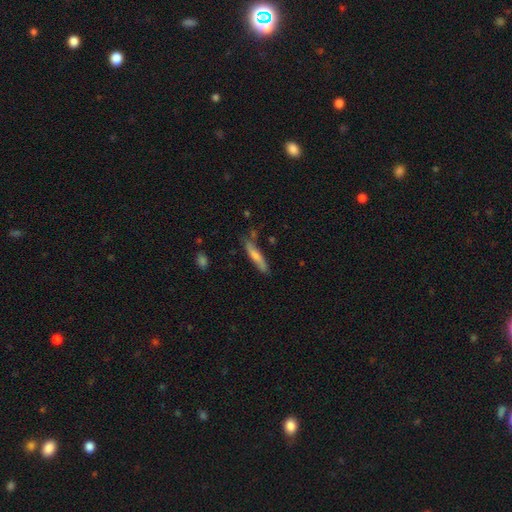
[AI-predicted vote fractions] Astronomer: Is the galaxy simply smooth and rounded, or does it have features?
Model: smooth — 69%.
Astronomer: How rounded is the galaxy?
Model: cigar-shaped — 86%.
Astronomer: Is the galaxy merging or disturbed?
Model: none — 73%.